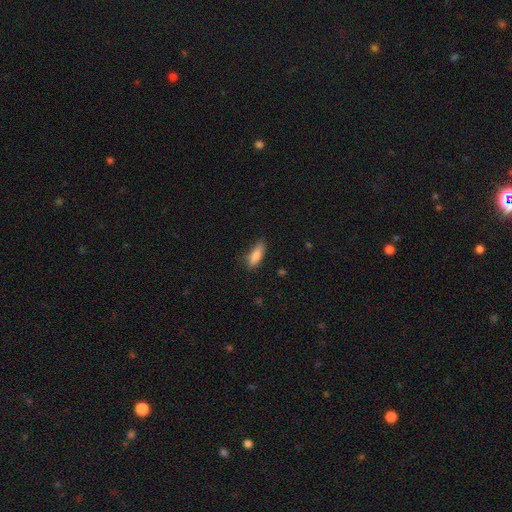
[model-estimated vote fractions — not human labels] Overall: smooth (82%). How rounded: in between (60%; cigar-shaped 38%). Merging: none (74%).